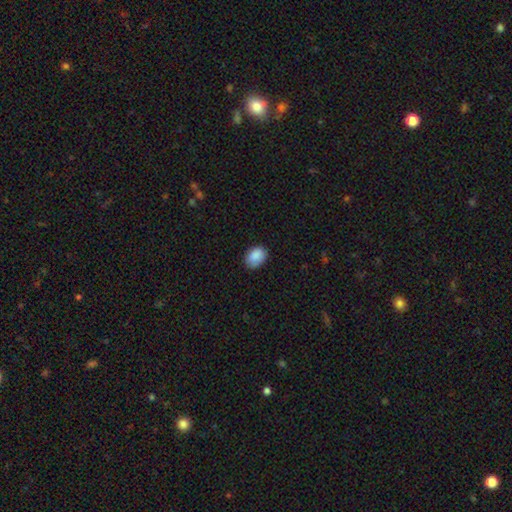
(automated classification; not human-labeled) Smooth or featured: smooth — 89% (star or artifact — 8%)
How rounded: in between — 77% (round — 22%)
Merging: none — 79% (minor disturbance — 17%)